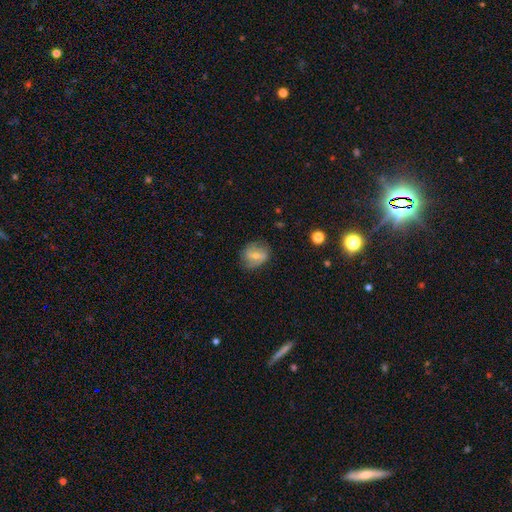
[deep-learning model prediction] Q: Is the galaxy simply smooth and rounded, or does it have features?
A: smooth — 47%.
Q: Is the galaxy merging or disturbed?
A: none — 72%.